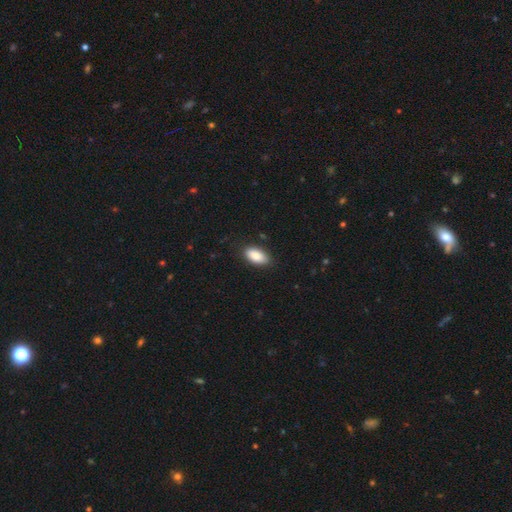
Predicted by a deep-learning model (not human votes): Q: Smooth or featured?
A: smooth (88%); runner-up: star or artifact (7%)
Q: How rounded?
A: in between (93%); runner-up: cigar-shaped (4%)
Q: Merging?
A: none (84%); runner-up: minor disturbance (13%)